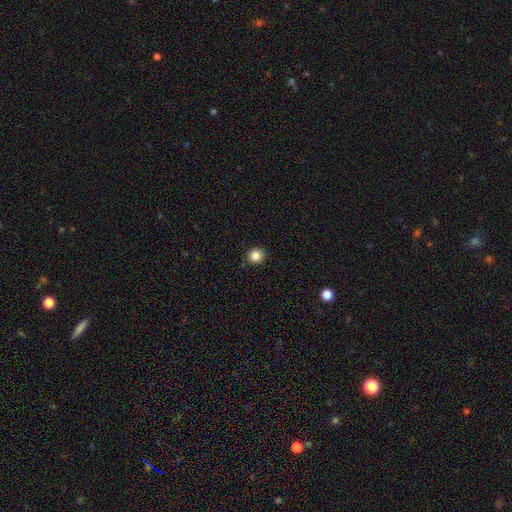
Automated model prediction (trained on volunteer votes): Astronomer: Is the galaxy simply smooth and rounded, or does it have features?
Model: smooth — 85%.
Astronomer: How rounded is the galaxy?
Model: round — 88%.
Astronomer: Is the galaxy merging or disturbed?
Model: none — 90%.